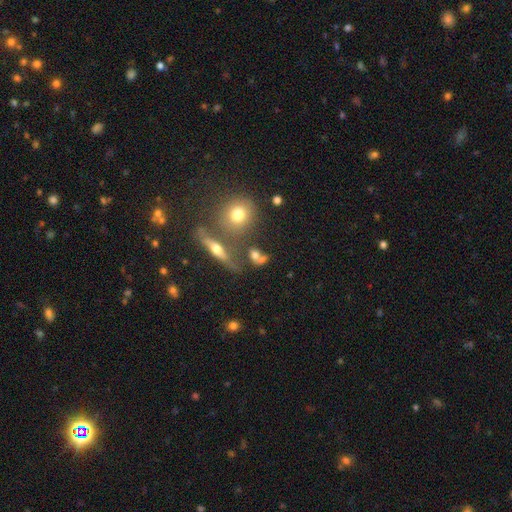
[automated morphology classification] This appears to be a smooth galaxy with no disk features (52%) that is round (50%). Merging: none (54%).